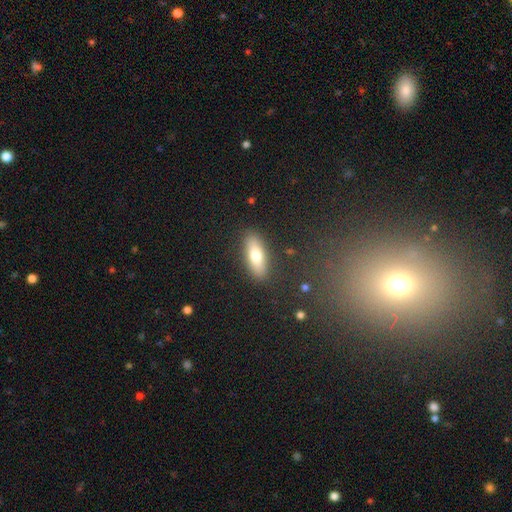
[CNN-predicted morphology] This appears to be a smooth galaxy with no disk features (71%) that is in between round and cigar-shaped (61%). Merging: none (87%).